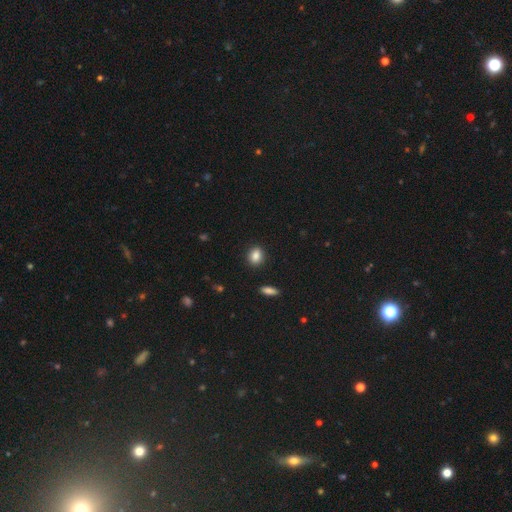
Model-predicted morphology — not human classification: Smooth or featured? Predicted: smooth (p=0.87). How rounded? Predicted: in between (p=0.51). Merging? Predicted: none (p=0.89).